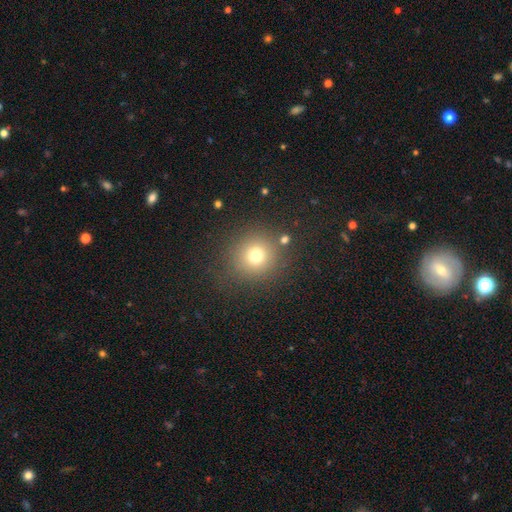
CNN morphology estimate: Smooth or featured? Predicted: smooth (p=0.73). How rounded? Predicted: round (p=0.92). Merging? Predicted: none (p=0.83).